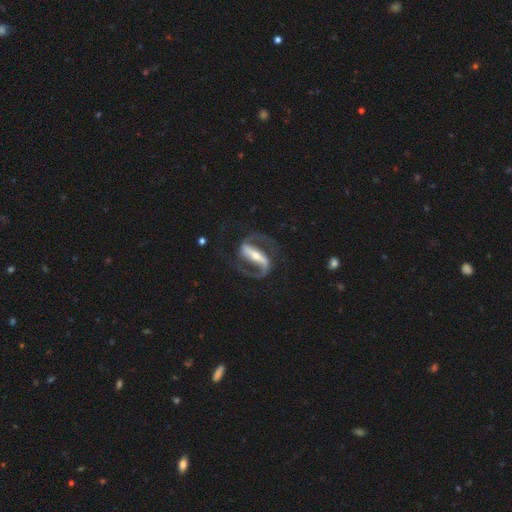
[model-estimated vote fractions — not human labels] Morphology: type=featured or disk (92%); edge-on=no (94%); bar=strong (80%); spiral arms=yes (96%); winding=medium (55%); arm count=2 (91%); bulge=small (46%); merging=none (76%).